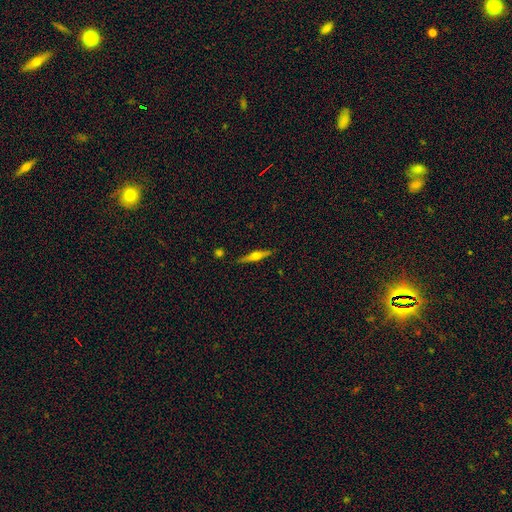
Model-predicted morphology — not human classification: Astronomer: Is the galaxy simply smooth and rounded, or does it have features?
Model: featured or disk — 68%.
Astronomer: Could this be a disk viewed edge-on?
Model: yes — 97%.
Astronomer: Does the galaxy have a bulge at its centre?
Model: rounded — 92%.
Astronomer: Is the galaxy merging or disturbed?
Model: none — 88%.